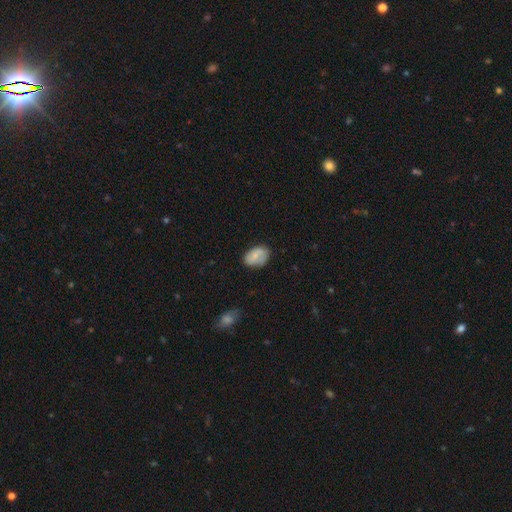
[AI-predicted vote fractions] Smooth or featured? Predicted: smooth (p=0.69). How rounded? Predicted: in between (p=0.86). Merging? Predicted: none (p=0.70).